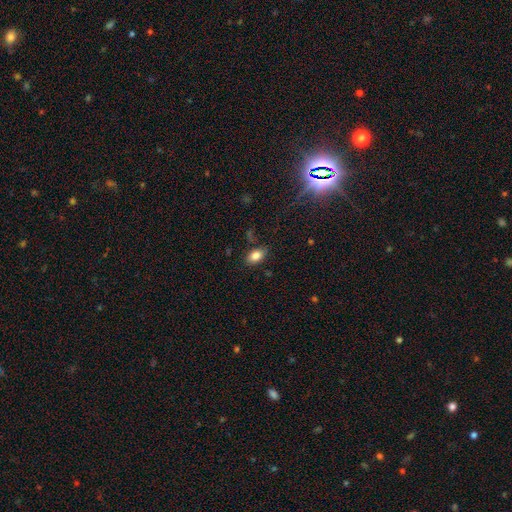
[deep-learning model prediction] smooth 84%, star or artifact 9%, featured or disk 7%. Down the decision tree: how rounded — in between (88%); merging — none (82%).